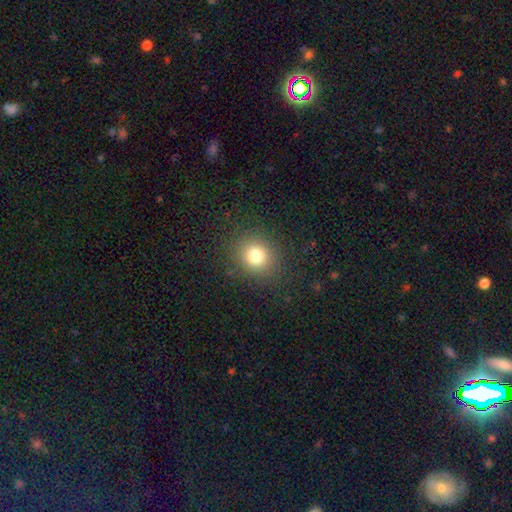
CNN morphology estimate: A smooth galaxy with no disk features (78%) that is round (79%). Merging: none (87%).